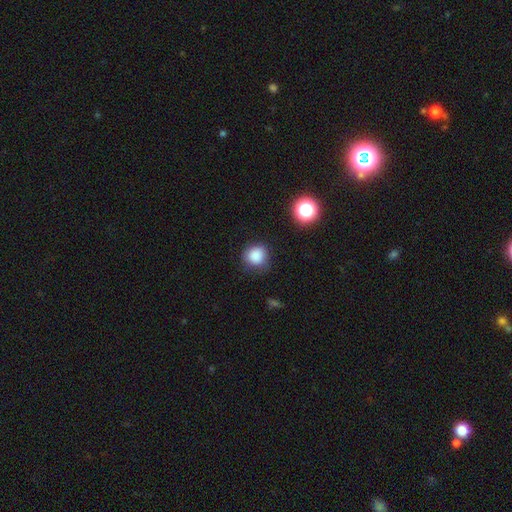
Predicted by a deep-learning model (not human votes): A smooth galaxy with no disk features (85%) that is round (85%). Merging: none (76%).